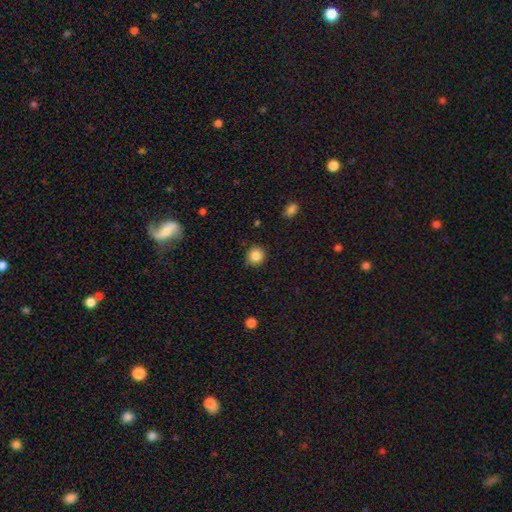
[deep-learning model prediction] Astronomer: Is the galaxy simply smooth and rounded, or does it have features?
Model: smooth — 85%.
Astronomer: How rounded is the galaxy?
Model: round — 92%.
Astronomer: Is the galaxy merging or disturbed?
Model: none — 88%.